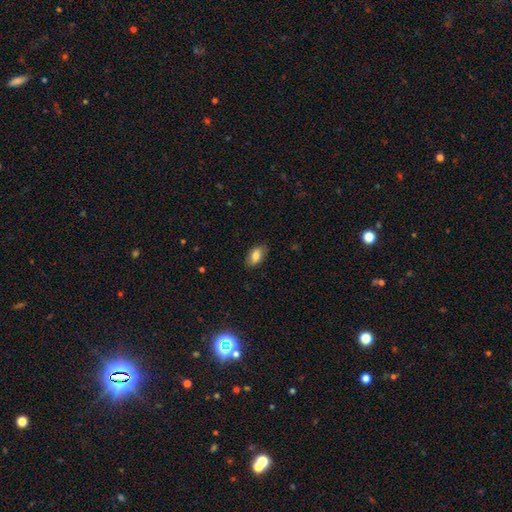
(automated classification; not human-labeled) Q: Smooth or featured?
A: smooth (78%); runner-up: featured or disk (15%)
Q: How rounded?
A: in between (91%); runner-up: round (6%)
Q: Merging?
A: none (82%); runner-up: minor disturbance (14%)